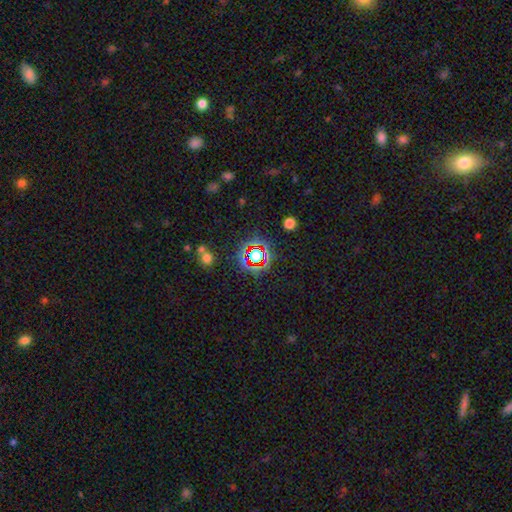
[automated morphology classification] The model was most divided on "smooth or featured": star or artifact: 68%, smooth: 21%, featured or disk: 11%.